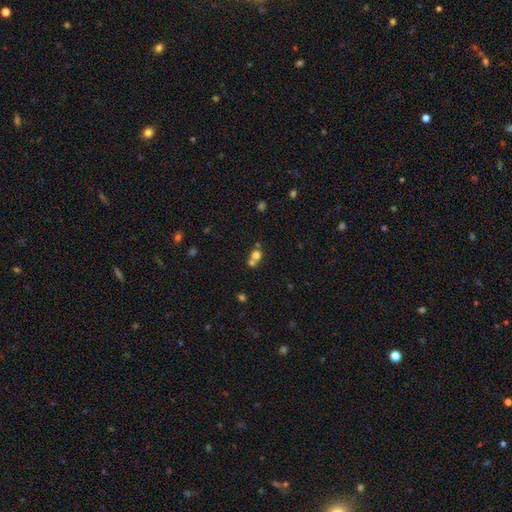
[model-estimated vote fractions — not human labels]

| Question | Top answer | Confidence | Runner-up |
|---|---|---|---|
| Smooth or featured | smooth | 69% | star or artifact (16%) |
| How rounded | round | 75% | in between (23%) |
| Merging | merger | 58% | none (33%) |